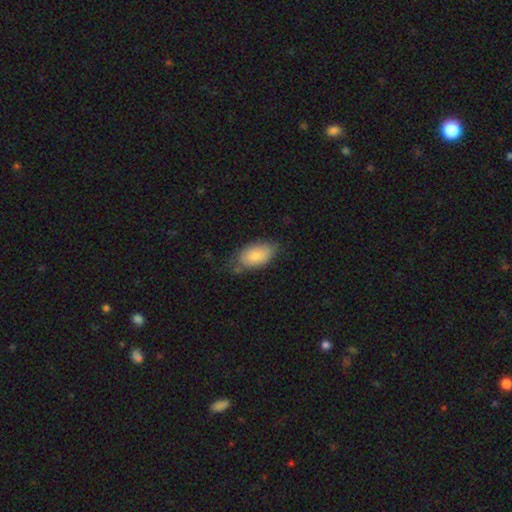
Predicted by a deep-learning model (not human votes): Morphology: type=smooth (82%); roundness=in between (93%); merging=none (56%).